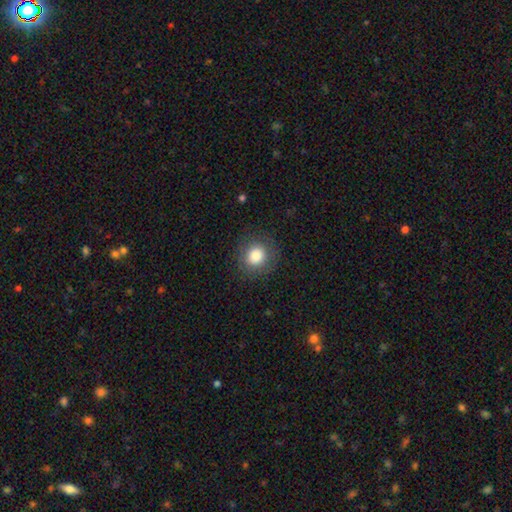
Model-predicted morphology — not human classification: smooth_or_featured: smooth (p=0.83) [alt: star or artifact p=0.10]
how_rounded: round (p=0.85) [alt: in between p=0.14]
merging: none (p=0.86) [alt: minor disturbance p=0.09]